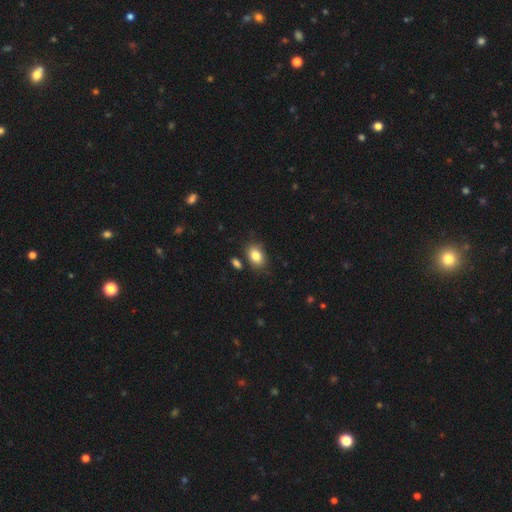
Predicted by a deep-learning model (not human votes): The model was most divided on "how rounded": in between: 79%, round: 20%, cigar-shaped: 1%. More confident: smooth or featured — smooth (83%); merging — none (77%).